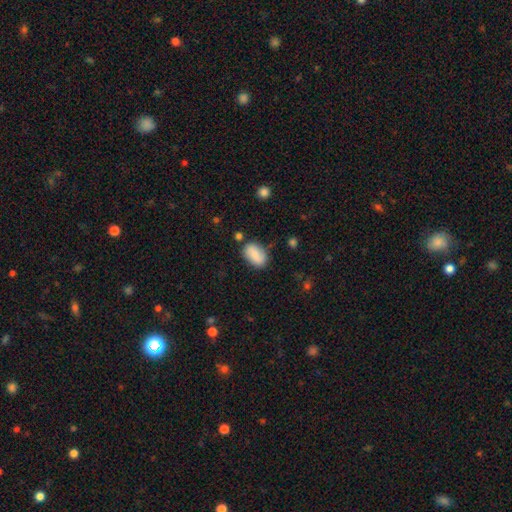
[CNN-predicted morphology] smooth_or_featured: smooth (p=0.76) [alt: featured or disk p=0.17]
how_rounded: in between (p=0.89) [alt: round p=0.09]
merging: none (p=0.74) [alt: minor disturbance p=0.17]